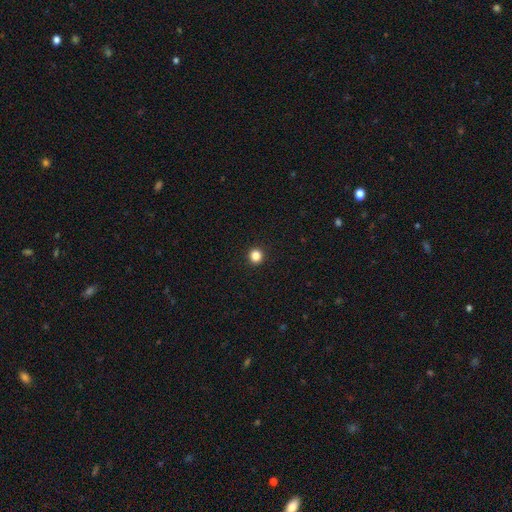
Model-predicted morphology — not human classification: smooth 85%, star or artifact 12%, featured or disk 3%. Down the decision tree: how rounded — round (92%); merging — none (94%).